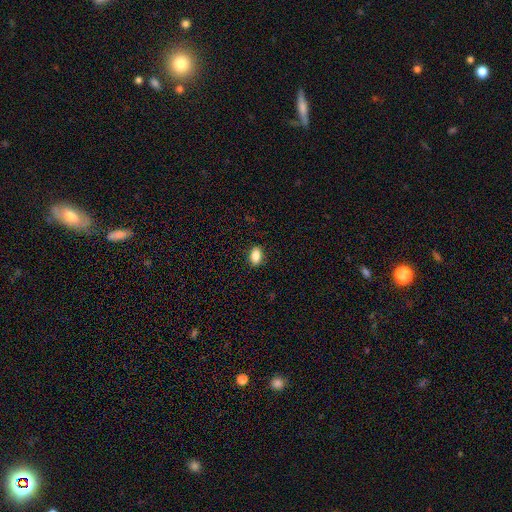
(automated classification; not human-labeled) The model was most divided on "how rounded": in between: 85%, round: 11%, cigar-shaped: 4%. More confident: merging — none (88%); smooth or featured — smooth (85%).